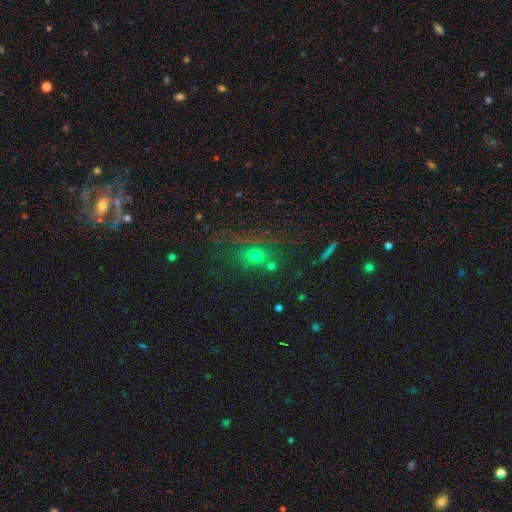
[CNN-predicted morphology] A smooth galaxy with no disk features (59%) that is round (71%).

Vote fractions:
- Smooth or featured? smooth: 59% / star or artifact: 28% / featured or disk: 13%
- How rounded? round: 71% / in between: 27% / cigar-shaped: 3%
- Merging? none: 62% / merger: 15% / minor disturbance: 14% / major disturbance: 9%